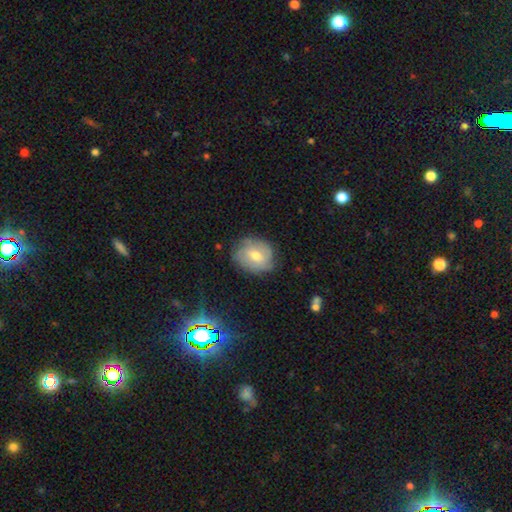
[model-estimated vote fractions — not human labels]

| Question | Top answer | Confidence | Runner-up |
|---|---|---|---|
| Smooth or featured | smooth | 48% | featured or disk (41%) |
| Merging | none | 71% | minor disturbance (22%) |